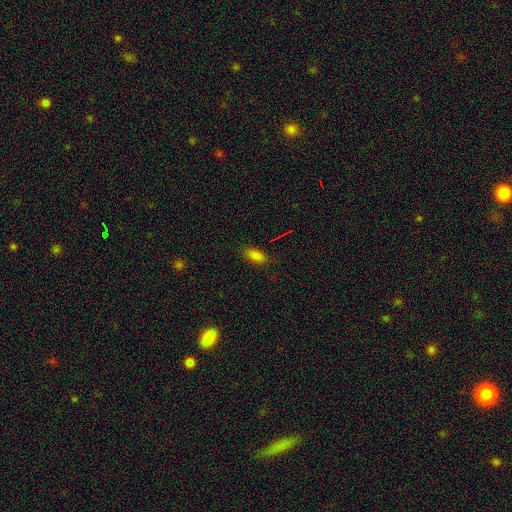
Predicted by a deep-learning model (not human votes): Smooth or featured? Predicted: smooth (p=0.82). How rounded? Predicted: in between (p=0.89). Merging? Predicted: none (p=0.85).